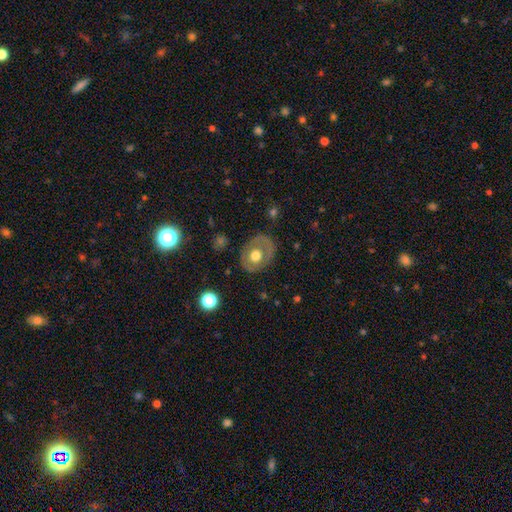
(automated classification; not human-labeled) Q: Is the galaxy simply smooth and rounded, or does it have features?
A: smooth — 48%.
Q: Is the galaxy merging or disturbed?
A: none — 77%.